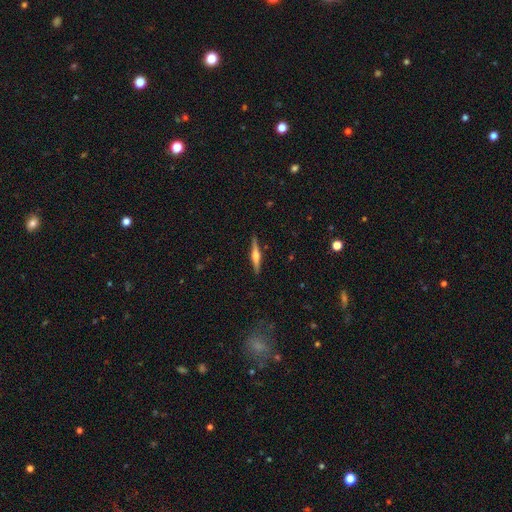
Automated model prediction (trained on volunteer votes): Smooth or featured?
  - featured or disk: 67% *
  - smooth: 27%
  - star or artifact: 6%
Edge-on disk?
  - yes: 98% *
  - no: 2%
Edge-on bulge?
  - rounded: 85% *
  - boxy: 10%
  - none: 5%
Merging?
  - none: 90% *
  - minor disturbance: 7%
  - major disturbance: 2%
  - merger: 1%